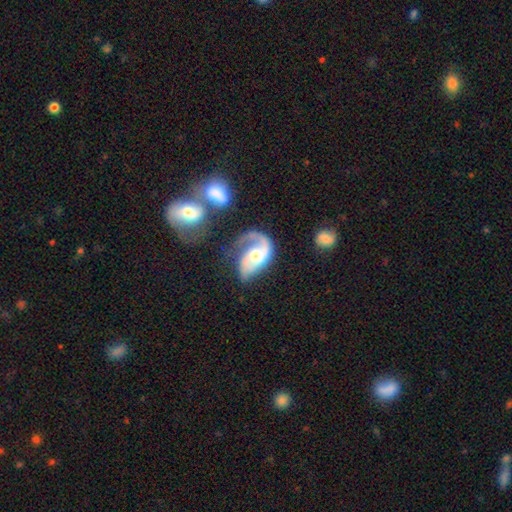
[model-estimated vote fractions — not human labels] Q: Smooth or featured?
A: featured or disk (84%); runner-up: smooth (11%)
Q: Edge-on disk?
A: no (97%); runner-up: yes (3%)
Q: Bar?
A: no (59%); runner-up: weak (32%)
Q: Spiral arms?
A: yes (94%); runner-up: no (6%)
Q: Spiral winding?
A: medium (45%); runner-up: loose (33%)
Q: Spiral arm count?
A: 2 (52%); runner-up: 1 (39%)
Q: Bulge size?
A: moderate (70%); runner-up: small (17%)
Q: Merging?
A: none (40%); runner-up: major disturbance (28%)